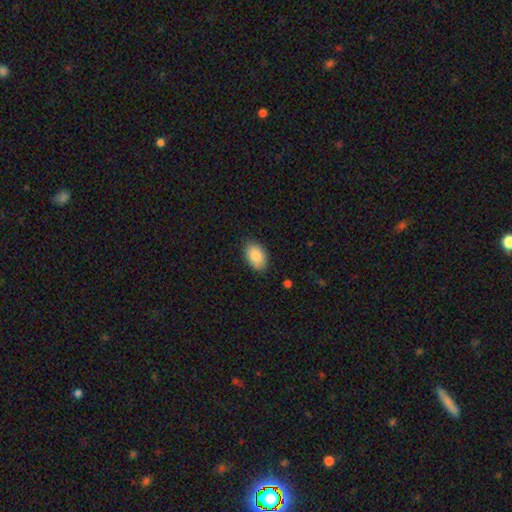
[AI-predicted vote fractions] Overall: smooth (89%). How rounded: in between (91%). Merging: none (85%).